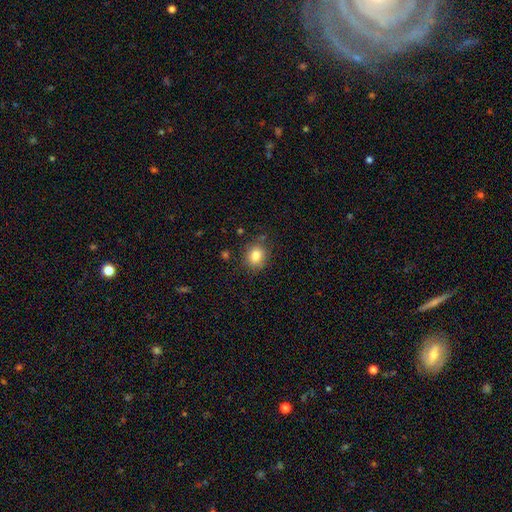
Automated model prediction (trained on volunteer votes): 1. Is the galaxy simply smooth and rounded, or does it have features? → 83% smooth, 10% star or artifact, 7% featured or disk.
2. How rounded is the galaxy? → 62% round, 37% in between, 1% cigar-shaped.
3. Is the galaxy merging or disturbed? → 79% none, 14% minor disturbance, 4% major disturbance, 3% merger.